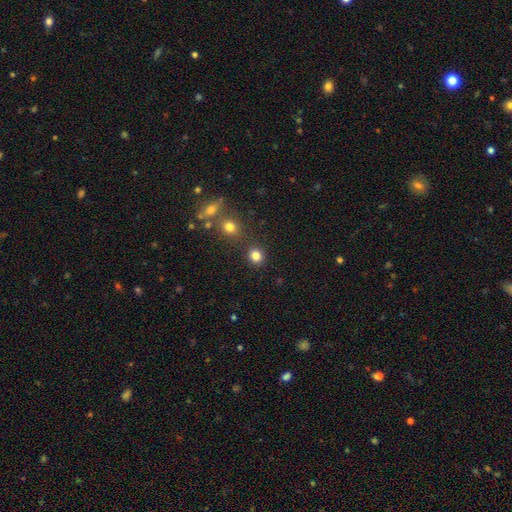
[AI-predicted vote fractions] Smooth or featured? smooth (83%)
How rounded? round (82%)
Merging? none (82%)